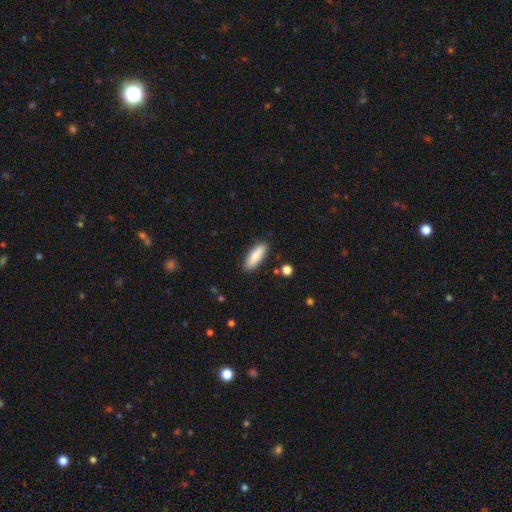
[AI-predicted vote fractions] The model was most divided on "how rounded": in between: 57%, cigar-shaped: 42%, round: 2%. More confident: smooth or featured — smooth (88%); merging — none (87%).